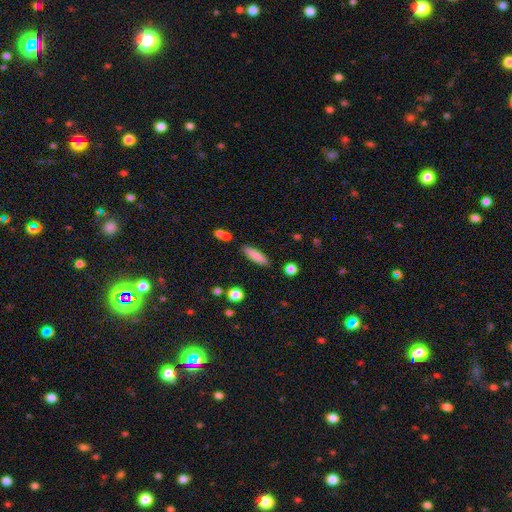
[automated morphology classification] This appears to be a smooth galaxy with no disk features (82%) that is cigar-shaped (65%). Merging: none (85%).